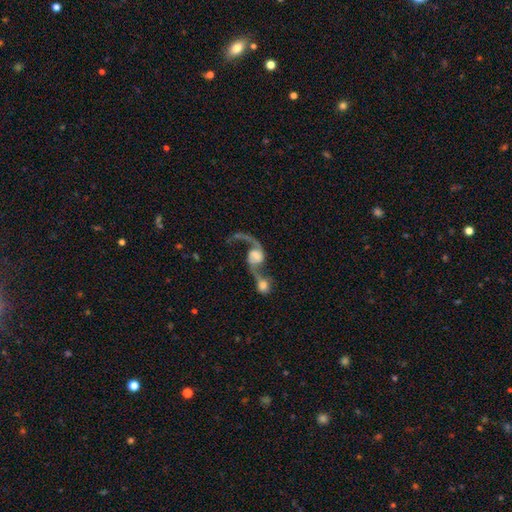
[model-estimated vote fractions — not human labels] Smooth or featured: featured or disk — 83% (smooth — 11%)
Edge-on disk: no — 97% (yes — 3%)
Bar: no — 52% (weak — 36%)
Spiral arms: yes — 94% (no — 6%)
Spiral winding: loose — 84% (medium — 13%)
Spiral arm count: 2 — 84% (1 — 11%)
Bulge size: moderate — 28% (large — 24%)
Merging: merger — 65% (none — 19%)